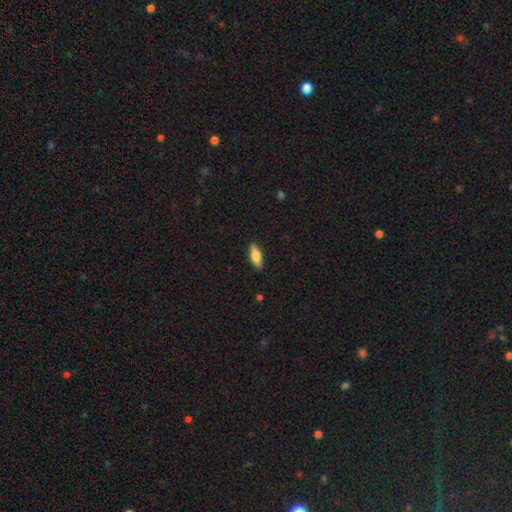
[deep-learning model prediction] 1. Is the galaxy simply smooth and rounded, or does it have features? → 67% smooth, 27% featured or disk, 6% star or artifact.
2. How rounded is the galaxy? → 65% in between, 32% cigar-shaped, 3% round.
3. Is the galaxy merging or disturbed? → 89% none, 8% minor disturbance, 2% major disturbance, 1% merger.